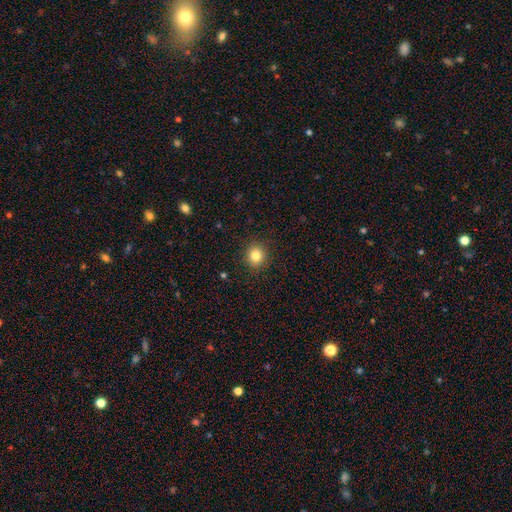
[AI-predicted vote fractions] Smooth or featured? Predicted: smooth (p=0.82). How rounded? Predicted: round (p=0.85). Merging? Predicted: none (p=0.90).